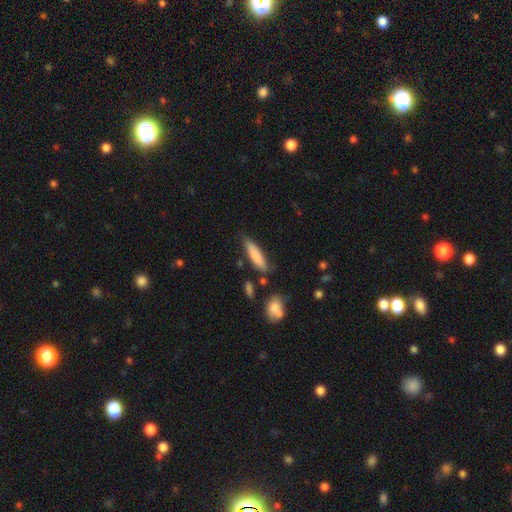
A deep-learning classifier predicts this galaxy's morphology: smooth-or-featured: smooth: 81% | featured or disk: 12% | star or artifact: 6%
  how-rounded: cigar-shaped: 68% | in between: 31% | round: 2%
  merging: none: 75% | minor disturbance: 17% | merger: 4% | major disturbance: 4%